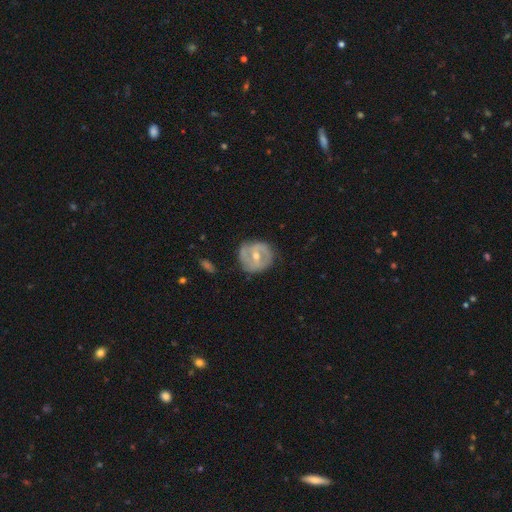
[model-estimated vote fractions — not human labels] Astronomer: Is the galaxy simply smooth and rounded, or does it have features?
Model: featured or disk — 70%.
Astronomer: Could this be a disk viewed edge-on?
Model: no — 97%.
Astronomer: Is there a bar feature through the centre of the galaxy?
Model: weak — 46% (runner-up: no, 29%).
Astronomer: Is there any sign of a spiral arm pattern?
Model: yes — 71%.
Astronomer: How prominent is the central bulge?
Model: moderate — 64%.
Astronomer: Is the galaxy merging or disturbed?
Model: none — 73%.